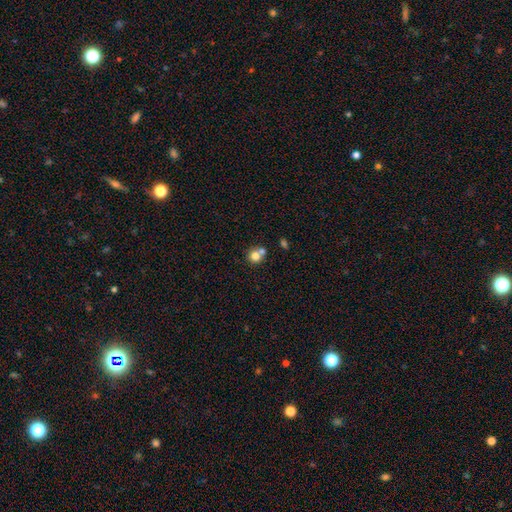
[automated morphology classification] Smooth or featured? smooth (77%)
How rounded? round (85%)
Merging? none (45%, tied with merger)